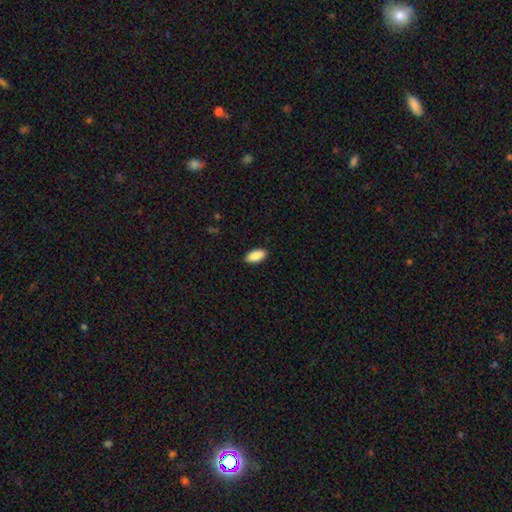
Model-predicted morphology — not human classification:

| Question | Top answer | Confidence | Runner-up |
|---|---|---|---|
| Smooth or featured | smooth | 89% | star or artifact (6%) |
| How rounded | in between | 90% | cigar-shaped (8%) |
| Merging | none | 89% | minor disturbance (8%) |